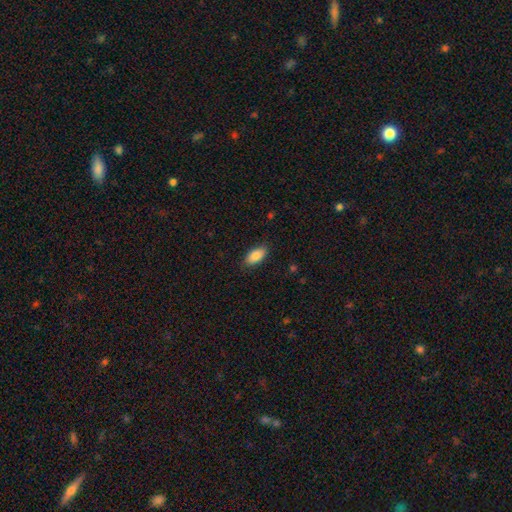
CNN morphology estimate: Q: Smooth or featured?
A: smooth (86%); runner-up: featured or disk (7%)
Q: How rounded?
A: in between (91%); runner-up: cigar-shaped (6%)
Q: Merging?
A: none (86%); runner-up: minor disturbance (11%)